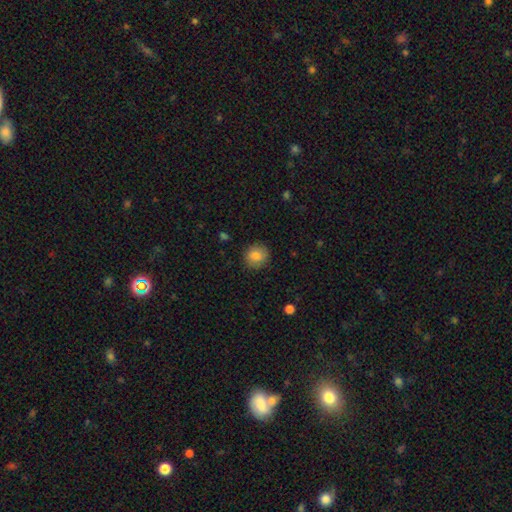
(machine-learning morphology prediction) Q: Smooth or featured?
A: smooth (82%); runner-up: featured or disk (9%)
Q: How rounded?
A: round (88%); runner-up: in between (11%)
Q: Merging?
A: none (89%); runner-up: minor disturbance (8%)